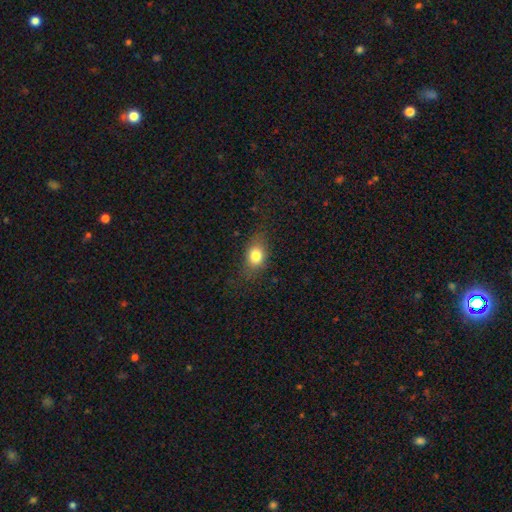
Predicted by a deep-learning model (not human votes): smooth_or_featured: smooth (p=0.79) [alt: star or artifact p=0.10]
how_rounded: in between (p=0.67) [alt: round p=0.30]
merging: none (p=0.75) [alt: minor disturbance p=0.18]